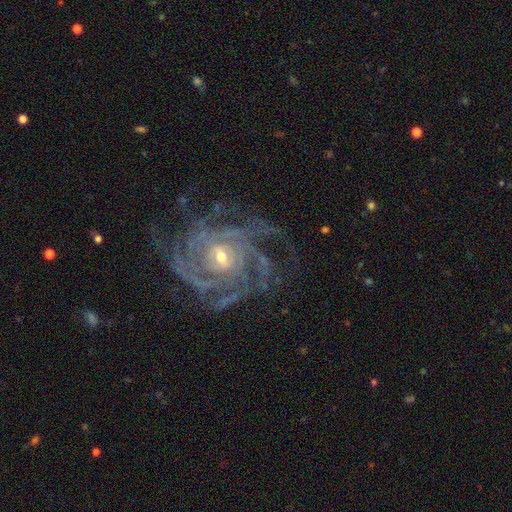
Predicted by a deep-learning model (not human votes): This appears to be a featured or disk galaxy (87%) with no bar (67%), tight (68%) spiral arms (98%) and a small central bulge (49%). Merging: none (76%).